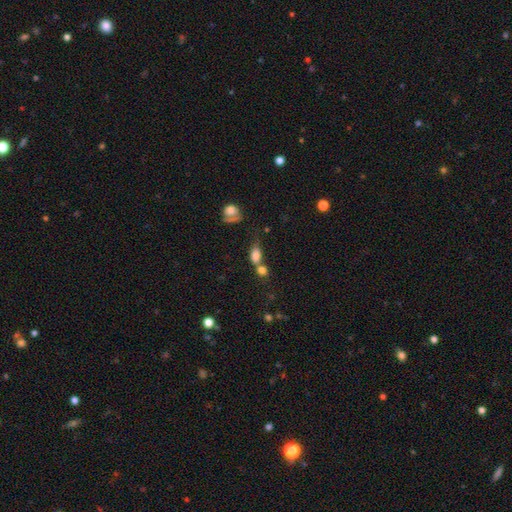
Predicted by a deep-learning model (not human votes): This appears to be a smooth galaxy with no disk features (78%) that is in between round and cigar-shaped (76%). Merging: merger (47%).